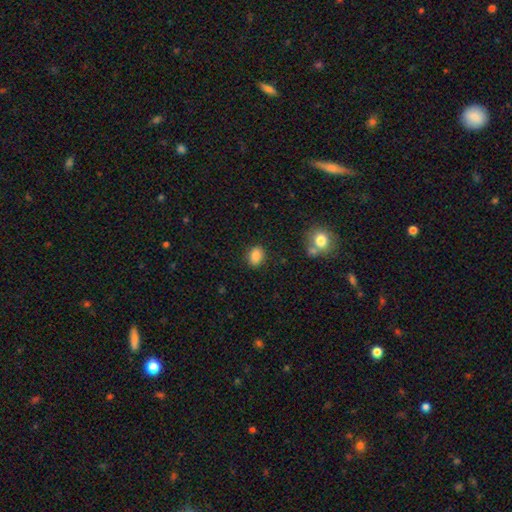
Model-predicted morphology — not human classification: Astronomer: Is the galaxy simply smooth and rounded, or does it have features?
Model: smooth — 87%.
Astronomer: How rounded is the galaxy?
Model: in between — 65%.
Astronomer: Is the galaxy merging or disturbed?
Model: none — 83%.